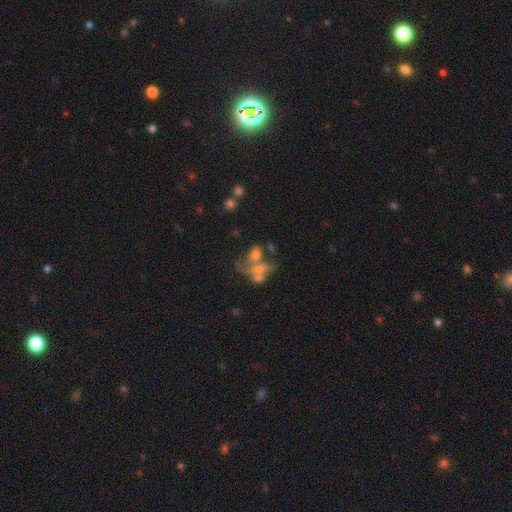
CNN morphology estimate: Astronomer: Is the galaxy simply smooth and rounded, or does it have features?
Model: smooth — 41% (runner-up: featured or disk, 38%).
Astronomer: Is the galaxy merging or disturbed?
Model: merger — 47% (runner-up: none, 23%).